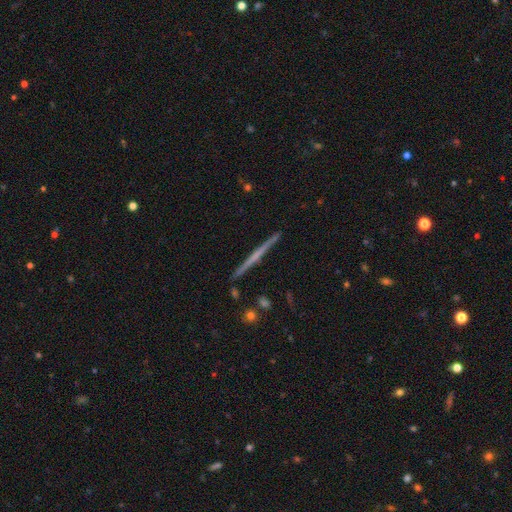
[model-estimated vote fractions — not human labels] This appears to be a featured or disk galaxy (68%) viewed edge-on (98%) with no central bulge (68%). Merging: none (92%).